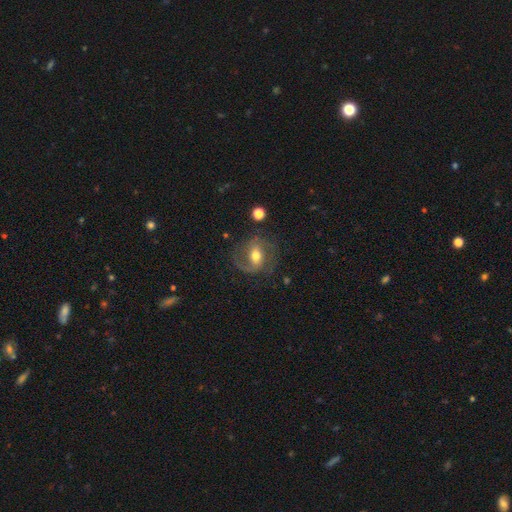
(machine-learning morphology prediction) Smooth or featured?
  - featured or disk: 75% *
  - smooth: 18%
  - star or artifact: 7%
Edge-on disk?
  - no: 96% *
  - yes: 4%
Bar?
  - weak: 45% *
  - strong: 28%
  - no: 27%
Spiral arms?
  - yes: 91% *
  - no: 9%
Spiral winding?
  - medium: 50% *
  - loose: 31%
  - tight: 19%
Spiral arm count?
  - 2: 74% *
  - 1: 16%
  - can't tell: 6%
  - 3: 2%
  - 4: 1%
  - more than 4: 1%
Bulge size?
  - moderate: 70% *
  - small: 17%
  - large: 10%
  - dominant: 1%
  - none: 1%
Merging?
  - none: 66% *
  - minor disturbance: 18%
  - major disturbance: 14%
  - merger: 2%